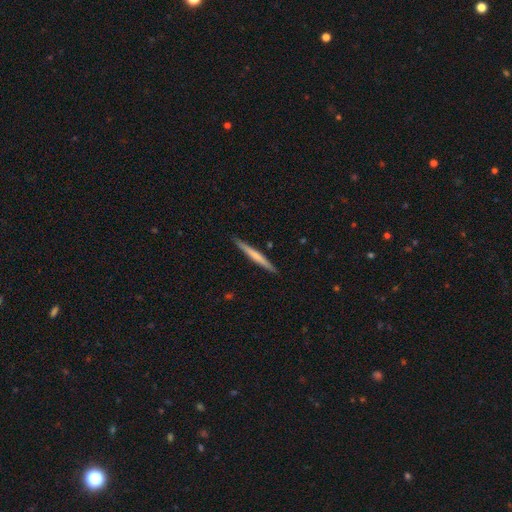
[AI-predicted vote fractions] This appears to be a smooth galaxy with no disk features (54%) that is cigar-shaped (97%). Merging: none (91%).